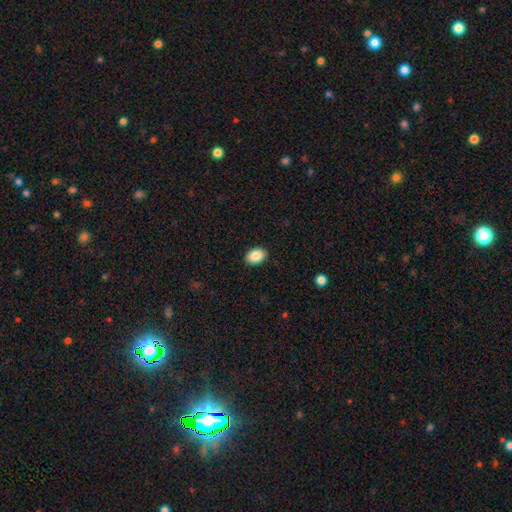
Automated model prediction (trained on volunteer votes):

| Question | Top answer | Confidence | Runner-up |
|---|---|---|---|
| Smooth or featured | smooth | 88% | star or artifact (8%) |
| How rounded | in between | 78% | round (21%) |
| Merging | none | 90% | minor disturbance (7%) |